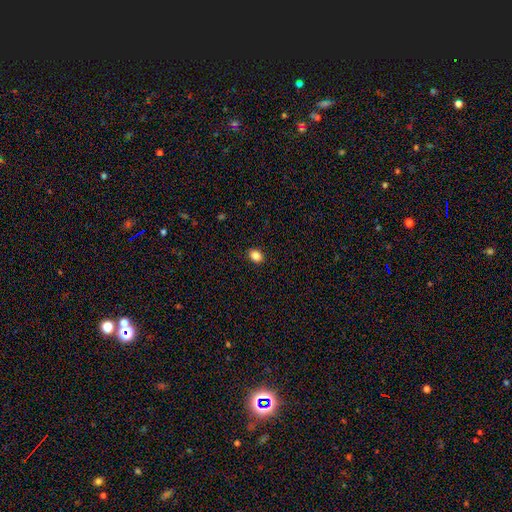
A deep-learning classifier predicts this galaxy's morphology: This appears to be a smooth galaxy with no disk features (86%) that is in between round and cigar-shaped (51%). Merging: none (91%).